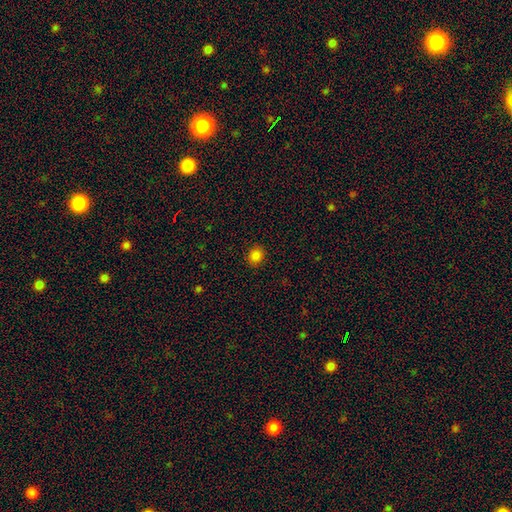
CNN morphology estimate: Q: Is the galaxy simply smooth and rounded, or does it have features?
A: smooth — 83%.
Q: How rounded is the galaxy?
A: round — 73%.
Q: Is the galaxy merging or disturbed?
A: none — 90%.